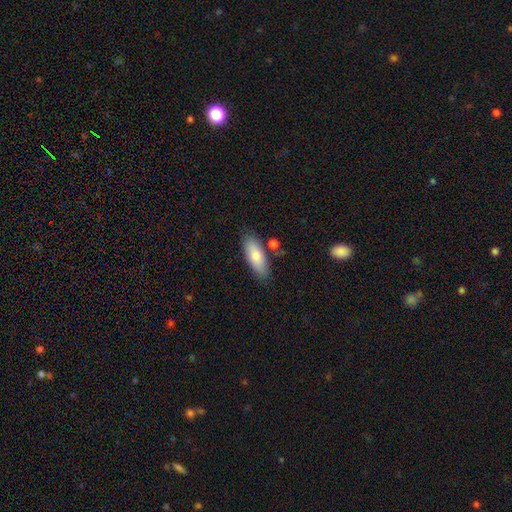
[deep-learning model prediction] Morphology: type=smooth (80%); roundness=in between (76%); merging=none (77%).